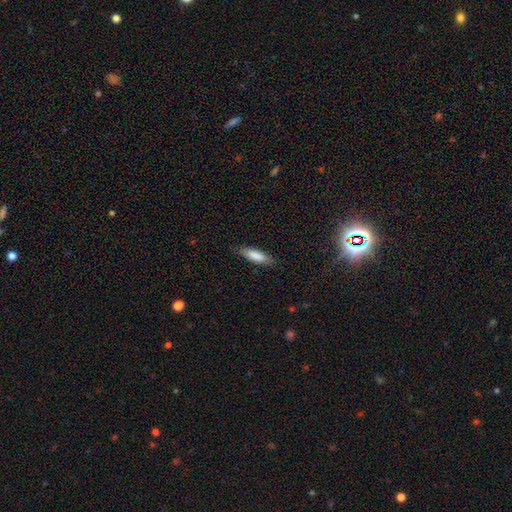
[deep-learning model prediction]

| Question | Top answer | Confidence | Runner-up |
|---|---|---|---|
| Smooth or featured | smooth | 84% | featured or disk (11%) |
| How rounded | cigar-shaped | 53% | in between (45%) |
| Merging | none | 83% | minor disturbance (13%) |